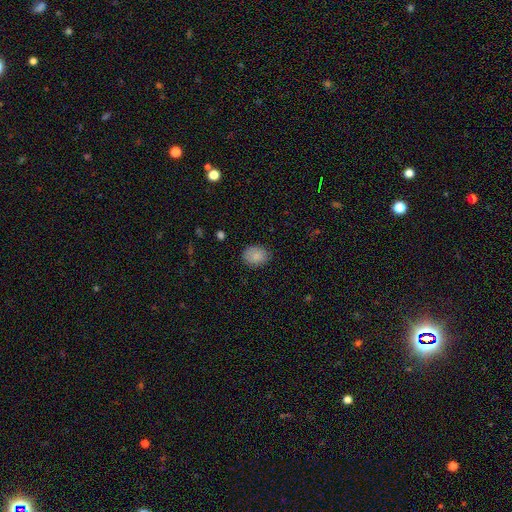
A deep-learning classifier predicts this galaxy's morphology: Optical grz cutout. It shows a smooth galaxy with no disk features (86%) that is in between round and cigar-shaped (60%). Merging: none (82%).